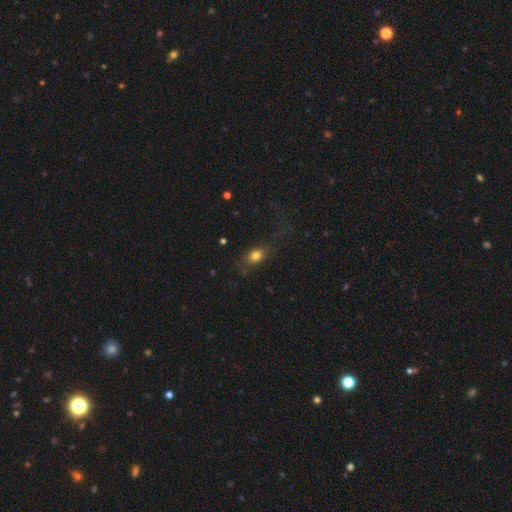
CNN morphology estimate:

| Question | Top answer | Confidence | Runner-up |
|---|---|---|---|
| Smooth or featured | smooth | 76% | star or artifact (12%) |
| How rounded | in between | 65% | round (29%) |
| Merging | none | 58% | minor disturbance (20%) |